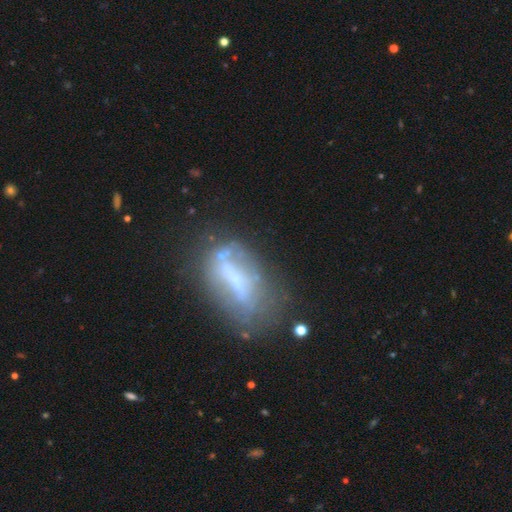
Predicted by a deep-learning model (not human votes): Smooth or featured?
  - featured or disk: 55% *
  - smooth: 31%
  - star or artifact: 14%
Edge-on disk?
  - no: 76% *
  - yes: 24%
Merging?
  - none: 57% *
  - minor disturbance: 22%
  - major disturbance: 15%
  - merger: 6%